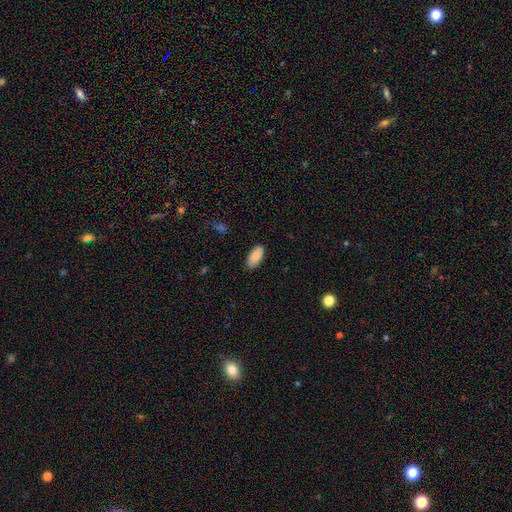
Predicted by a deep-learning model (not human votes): Smooth or featured?
  - smooth: 84% *
  - featured or disk: 9%
  - star or artifact: 6%
How rounded?
  - in between: 93% *
  - cigar-shaped: 5%
  - round: 2%
Merging?
  - none: 87% *
  - minor disturbance: 10%
  - major disturbance: 2%
  - merger: 1%